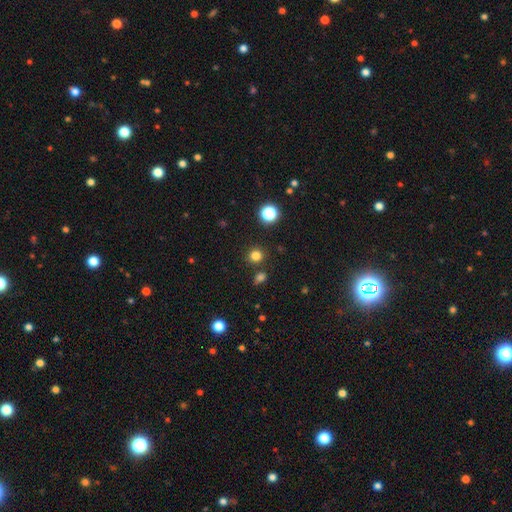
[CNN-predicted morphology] smooth 79%, star or artifact 16%, featured or disk 4%. Down the decision tree: how rounded — round (89%); merging — none (85%).